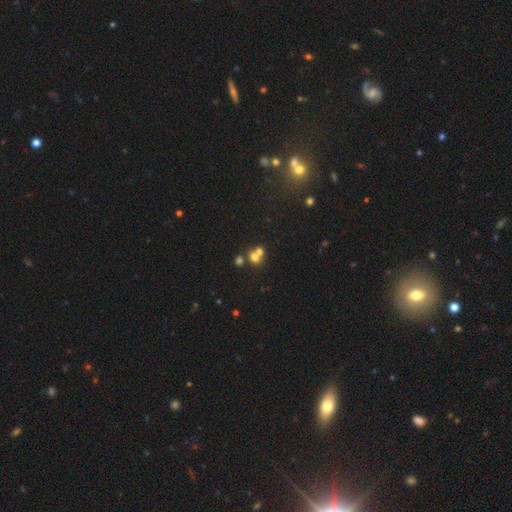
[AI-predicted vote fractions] This is likely a smooth galaxy (62%). How rounded: likely round (71%). Merging: possibly merger (54%).